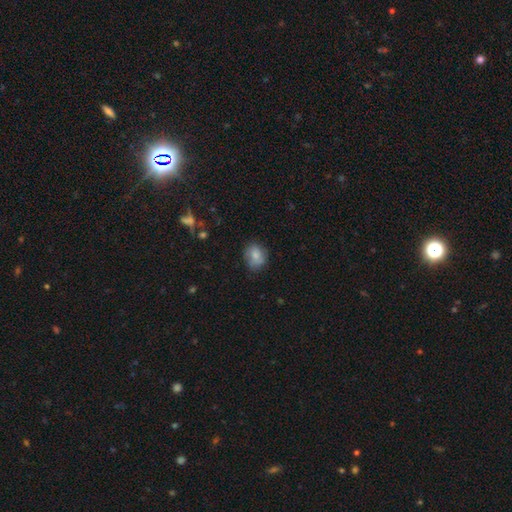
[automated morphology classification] Q: Smooth or featured?
A: smooth (80%); runner-up: featured or disk (12%)
Q: How rounded?
A: round (52%); runner-up: in between (47%)
Q: Merging?
A: none (70%); runner-up: minor disturbance (23%)